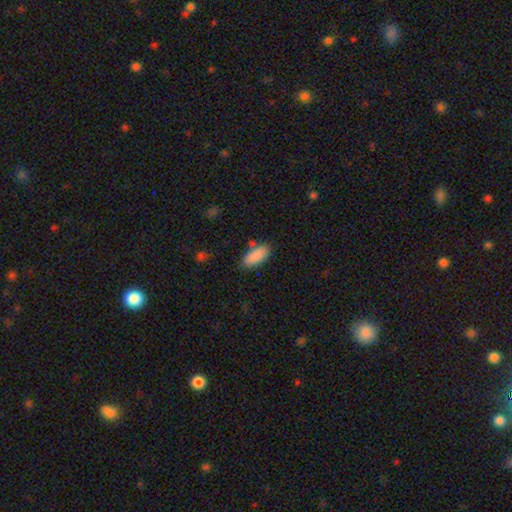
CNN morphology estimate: A smooth galaxy with no disk features (88%) that is in between round and cigar-shaped (85%).

Vote fractions:
- Smooth or featured? smooth: 88% / star or artifact: 7% / featured or disk: 5%
- How rounded? in between: 85% / cigar-shaped: 13% / round: 2%
- Merging? none: 78% / minor disturbance: 13% / merger: 6% / major disturbance: 3%